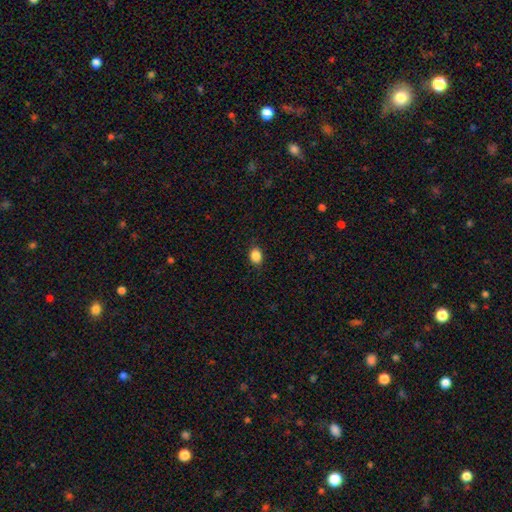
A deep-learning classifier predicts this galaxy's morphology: A smooth galaxy with no disk features (87%) that is in between round and cigar-shaped (59%). Merging: none (88%).